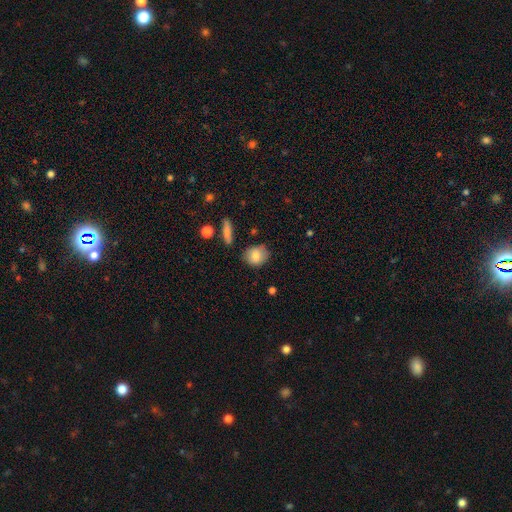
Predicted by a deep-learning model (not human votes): smooth 81%, featured or disk 11%, star or artifact 8%. Down the decision tree: how rounded — round (57%); merging — none (76%).